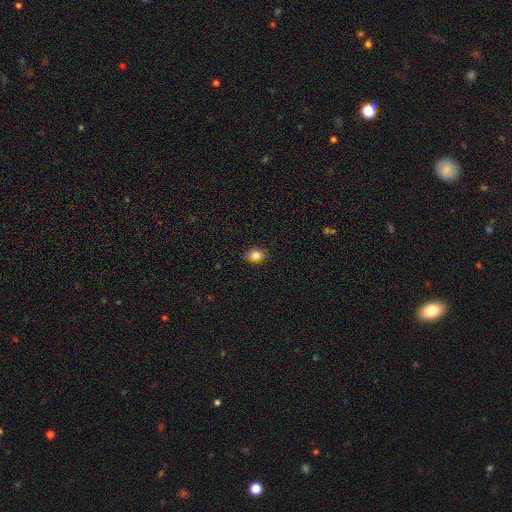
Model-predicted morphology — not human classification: Q: Smooth or featured?
A: smooth (84%); runner-up: star or artifact (10%)
Q: How rounded?
A: in between (76%); runner-up: round (23%)
Q: Merging?
A: none (85%); runner-up: minor disturbance (12%)